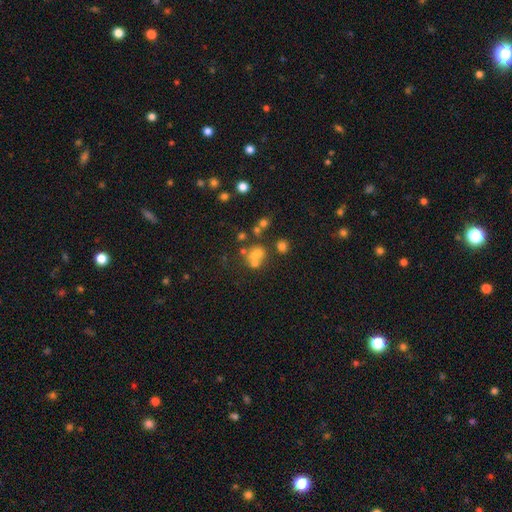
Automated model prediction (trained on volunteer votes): Morphology: type=smooth (57%); roundness=round (57%); merging=merger (43%).